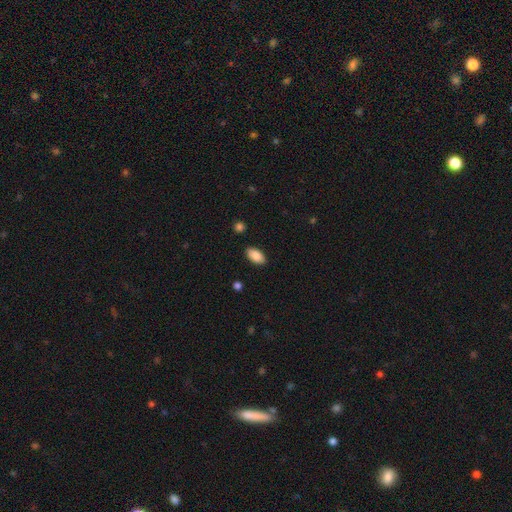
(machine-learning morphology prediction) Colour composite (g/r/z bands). It shows a smooth galaxy with no disk features (88%) that is in between round and cigar-shaped (93%). Merging: none (88%).